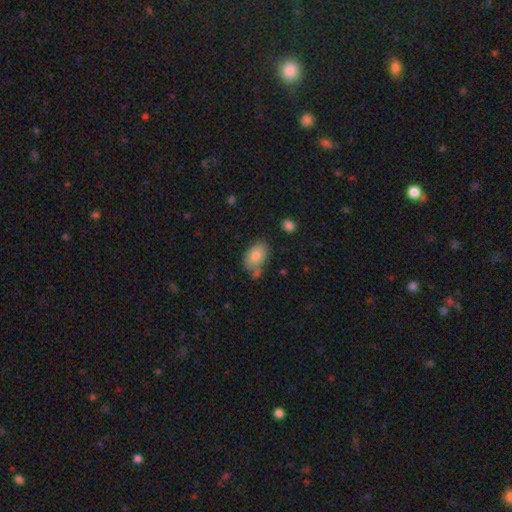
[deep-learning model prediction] Smooth or featured?
  - smooth: 83% *
  - featured or disk: 9%
  - star or artifact: 7%
How rounded?
  - in between: 88% *
  - round: 11%
  - cigar-shaped: 1%
Merging?
  - none: 61% *
  - minor disturbance: 22%
  - merger: 10%
  - major disturbance: 6%